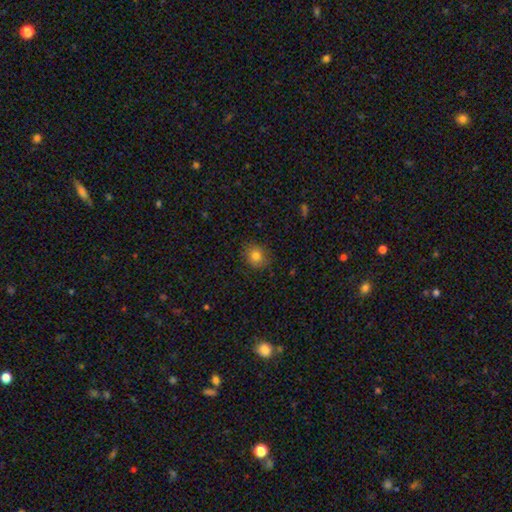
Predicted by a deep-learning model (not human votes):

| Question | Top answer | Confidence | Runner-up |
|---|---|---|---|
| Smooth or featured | smooth | 80% | star or artifact (11%) |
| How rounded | round | 71% | in between (28%) |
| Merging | none | 84% | minor disturbance (12%) |